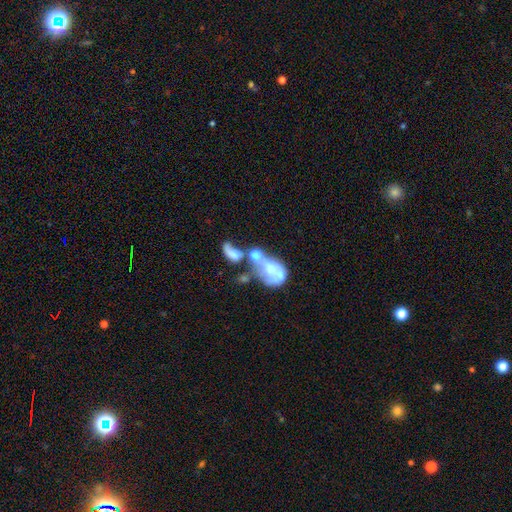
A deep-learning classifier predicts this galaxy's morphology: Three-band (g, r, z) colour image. It shows a featured or disk galaxy (51%). Merging: merger (69%).